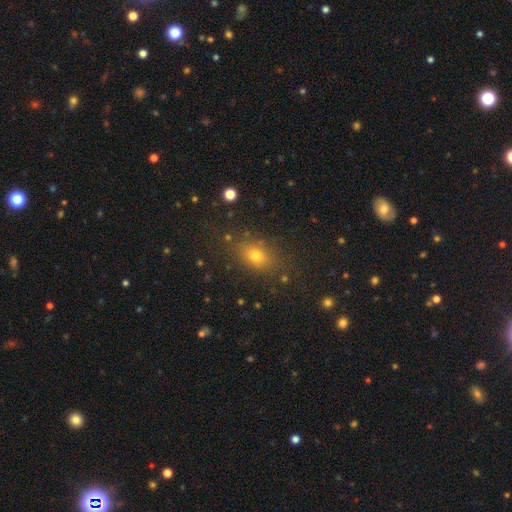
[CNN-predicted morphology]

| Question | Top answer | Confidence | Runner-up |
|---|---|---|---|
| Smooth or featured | smooth | 72% | star or artifact (17%) |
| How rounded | in between | 67% | round (29%) |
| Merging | none | 81% | minor disturbance (12%) |